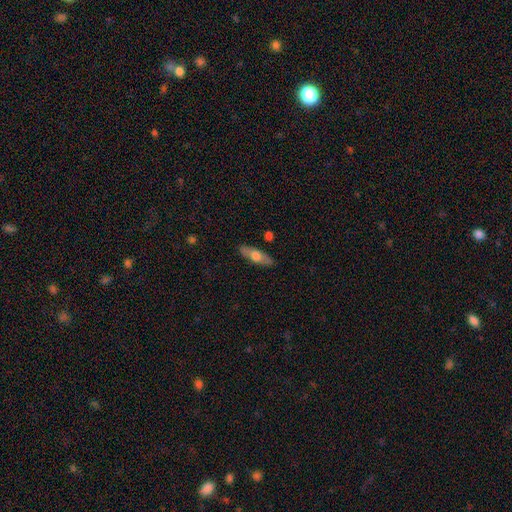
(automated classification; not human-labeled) A smooth galaxy with no disk features (56%) that is in between round and cigar-shaped (55%).

Vote fractions:
- Smooth or featured? smooth: 56% / featured or disk: 38% / star or artifact: 6%
- How rounded? in between: 55% / cigar-shaped: 42% / round: 3%
- Merging? none: 85% / minor disturbance: 11% / major disturbance: 2% / merger: 2%